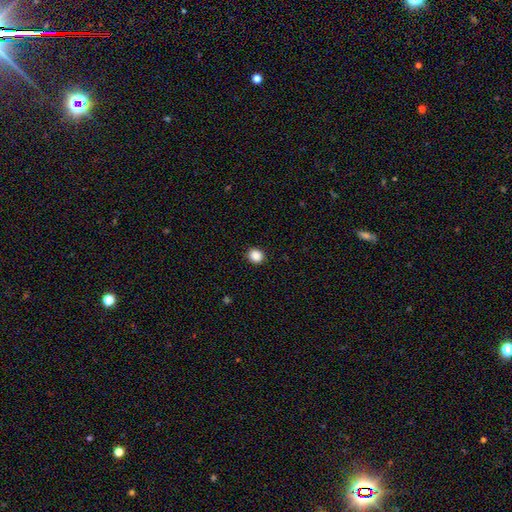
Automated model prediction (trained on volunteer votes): The model was most divided on "how rounded": round: 82%, in between: 17%, cigar-shaped: 1%. More confident: merging — none (91%); smooth or featured — smooth (88%).